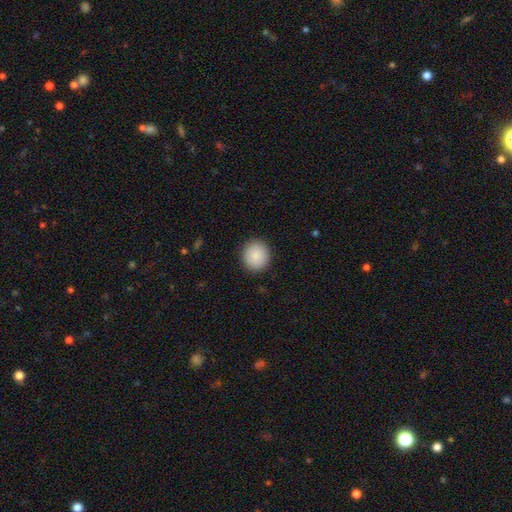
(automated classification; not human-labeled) smooth 89%, star or artifact 7%, featured or disk 4%. Down the decision tree: how rounded — round (88%); merging — none (91%).